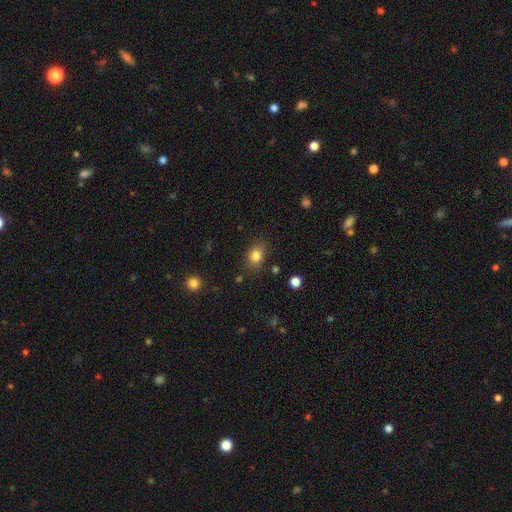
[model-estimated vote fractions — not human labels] Smooth or featured? smooth (82%)
How rounded? in between (61%)
Merging? none (80%)